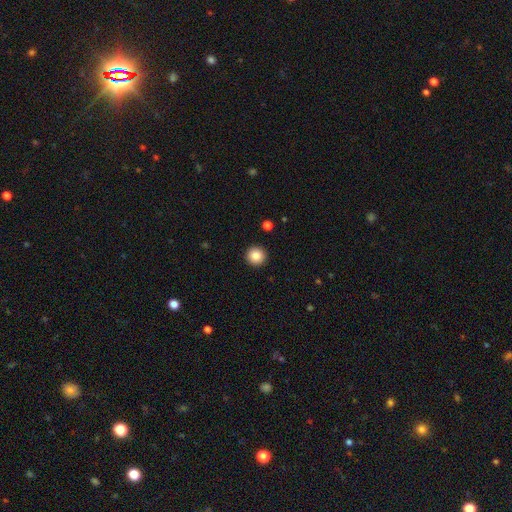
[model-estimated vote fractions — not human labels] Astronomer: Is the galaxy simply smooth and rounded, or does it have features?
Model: smooth — 85%.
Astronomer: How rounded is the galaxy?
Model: round — 96%.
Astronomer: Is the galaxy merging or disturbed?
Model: none — 93%.